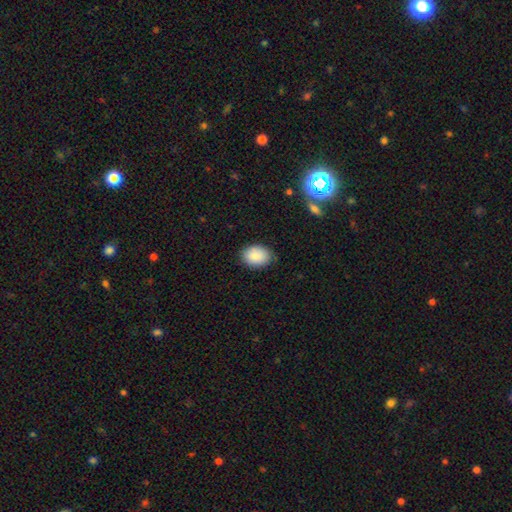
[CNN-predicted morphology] Smooth or featured: smooth — 87% (star or artifact — 8%)
How rounded: in between — 69% (round — 30%)
Merging: none — 84% (minor disturbance — 13%)